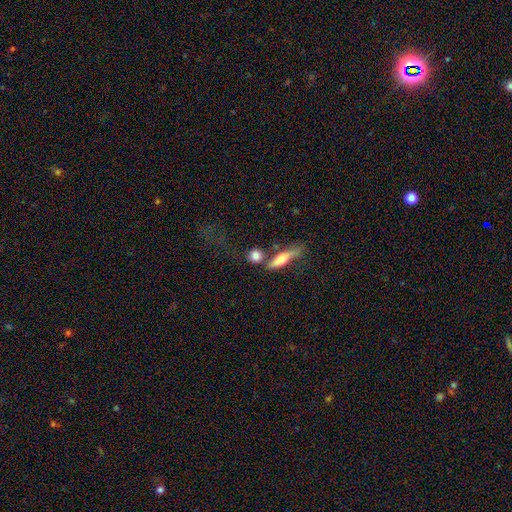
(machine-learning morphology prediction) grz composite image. It shows a smooth galaxy with no disk features (73%) that is round (62%). Merging: none (54%).